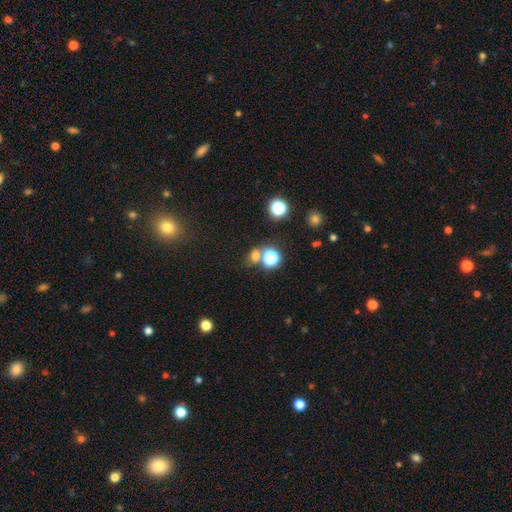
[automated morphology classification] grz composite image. It shows a smooth galaxy with no disk features (62%) that is round (67%). Merging: none (61%).